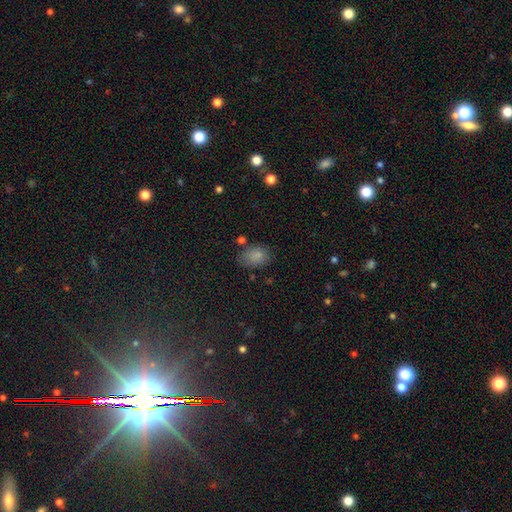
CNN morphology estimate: Q: Smooth or featured?
A: smooth (82%); runner-up: star or artifact (11%)
Q: How rounded?
A: in between (82%); runner-up: round (17%)
Q: Merging?
A: none (68%); runner-up: minor disturbance (21%)